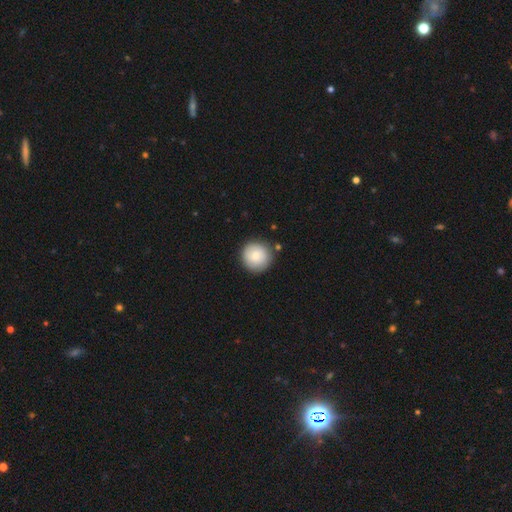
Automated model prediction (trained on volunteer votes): smooth_or_featured: smooth (p=0.81) [alt: featured or disk p=0.12]
how_rounded: round (p=0.95) [alt: in between p=0.04]
merging: none (p=0.85) [alt: minor disturbance p=0.10]